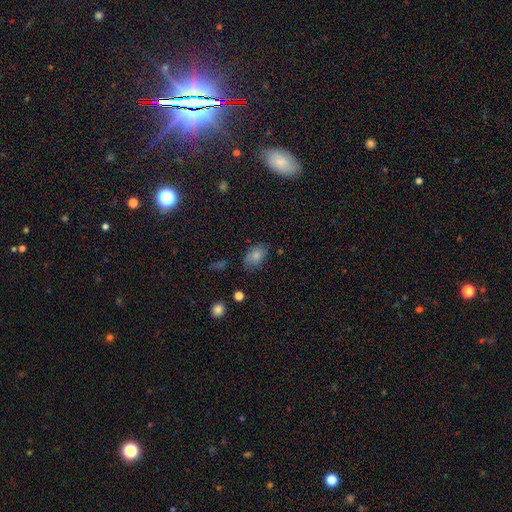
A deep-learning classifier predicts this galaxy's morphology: Smooth or featured?
  - smooth: 80% *
  - featured or disk: 10%
  - star or artifact: 10%
How rounded?
  - in between: 87% *
  - round: 12%
  - cigar-shaped: 2%
Merging?
  - none: 72% *
  - minor disturbance: 20%
  - major disturbance: 5%
  - merger: 2%